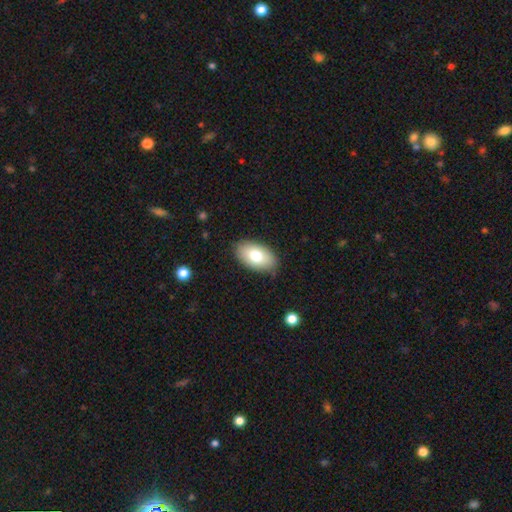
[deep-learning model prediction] Smooth or featured? smooth (76%)
How rounded? in between (94%)
Merging? none (86%)